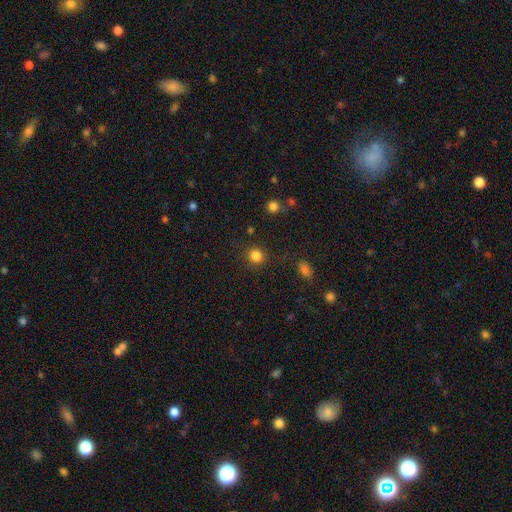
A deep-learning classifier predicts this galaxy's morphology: Overall: smooth (83%). How rounded: round (85%). Merging: none (87%).